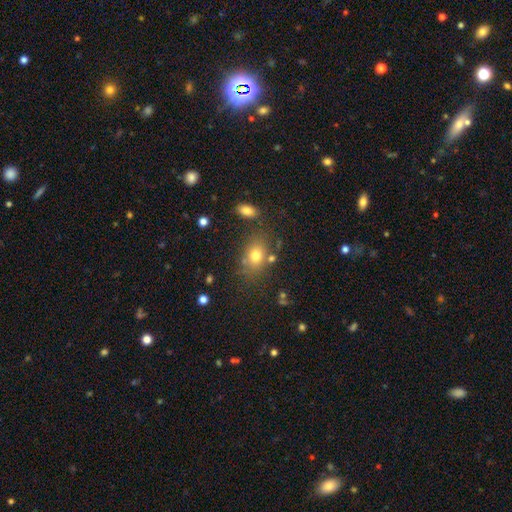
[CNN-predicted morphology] This appears to be a smooth galaxy with no disk features (74%) that is in between round and cigar-shaped (66%). Merging: none (73%).